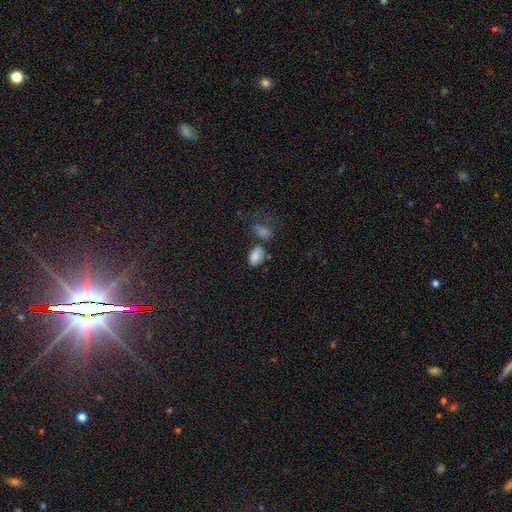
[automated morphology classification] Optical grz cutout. It shows a smooth galaxy with no disk features (78%) that is in between round and cigar-shaped (87%). Merging: none (49%).